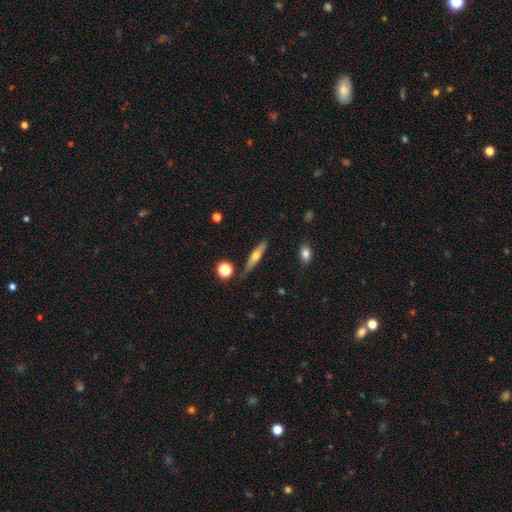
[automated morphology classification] This appears to be a smooth galaxy with no disk features (46%, tied with featured or disk). Merging: none (82%).